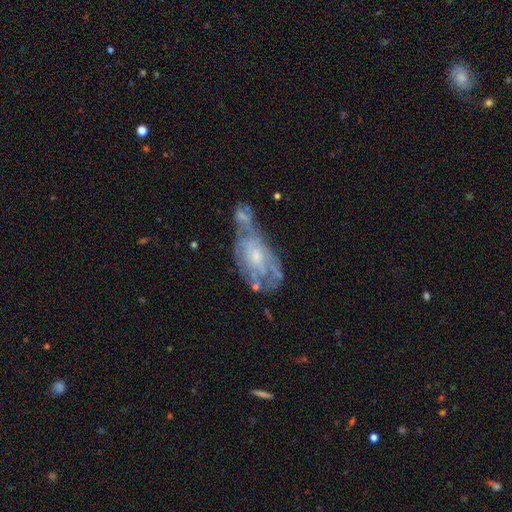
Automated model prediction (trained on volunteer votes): Smooth or featured? featured or disk (68%)
Edge-on disk? no (92%)
Bar? no (74%)
Spiral arms? yes (61%)
Bulge size? small (55%)
Merging? merger (39%)